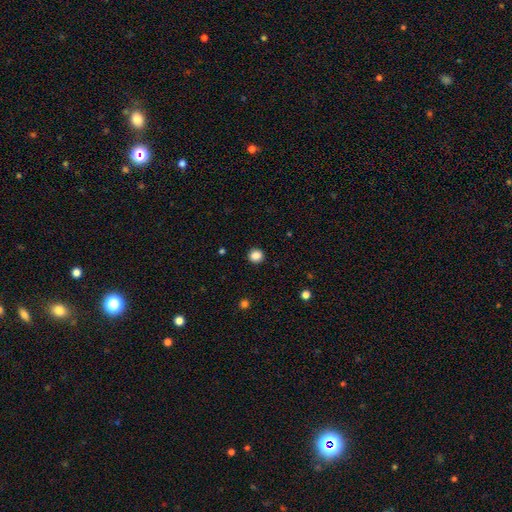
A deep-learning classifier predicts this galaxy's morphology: A smooth galaxy with no disk features (86%) that is round (91%).

Vote fractions:
- Smooth or featured? smooth: 86% / star or artifact: 11% / featured or disk: 3%
- How rounded? round: 91% / in between: 8% / cigar-shaped: 1%
- Merging? none: 92% / minor disturbance: 5% / major disturbance: 2% / merger: 1%